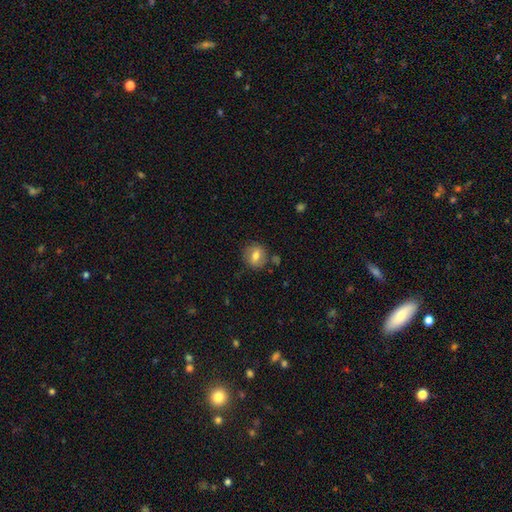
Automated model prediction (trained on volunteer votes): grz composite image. It shows a smooth galaxy with no disk features (67%) that is round (74%). Merging: none (78%).